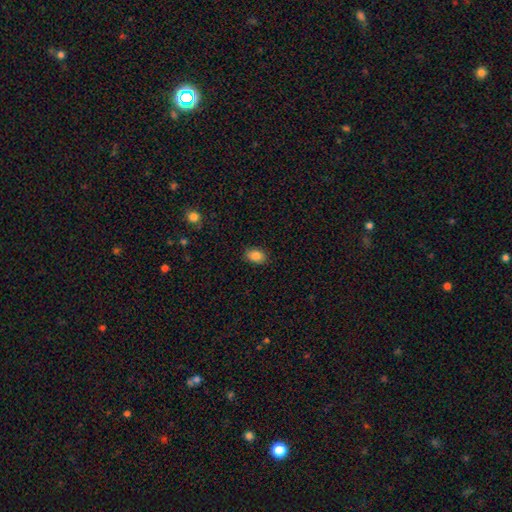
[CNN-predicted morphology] This appears to be a smooth galaxy with no disk features (87%) that is in between round and cigar-shaped (82%). Merging: none (88%).